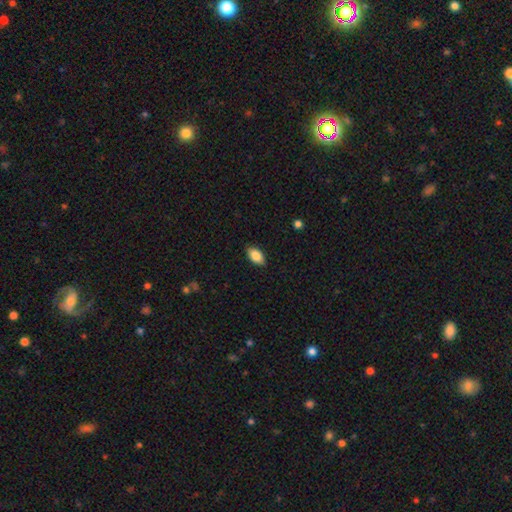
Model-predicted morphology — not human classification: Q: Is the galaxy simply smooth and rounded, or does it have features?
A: smooth — 85%.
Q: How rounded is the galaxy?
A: in between — 92%.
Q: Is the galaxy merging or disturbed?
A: none — 87%.